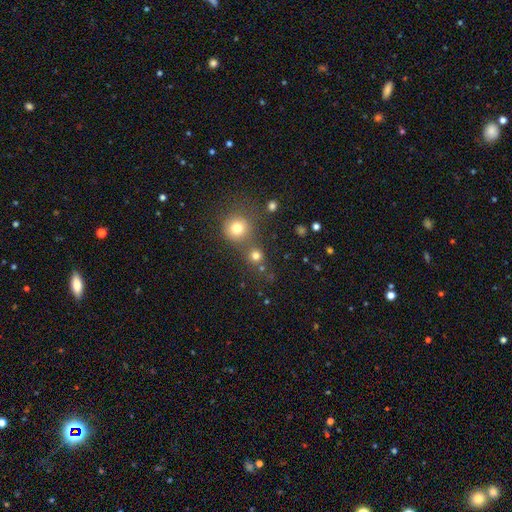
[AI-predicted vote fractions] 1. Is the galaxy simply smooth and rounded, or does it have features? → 76% smooth, 18% star or artifact, 7% featured or disk.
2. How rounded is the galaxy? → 90% round, 9% in between, 1% cigar-shaped.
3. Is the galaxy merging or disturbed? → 68% none, 21% merger, 7% minor disturbance, 4% major disturbance.